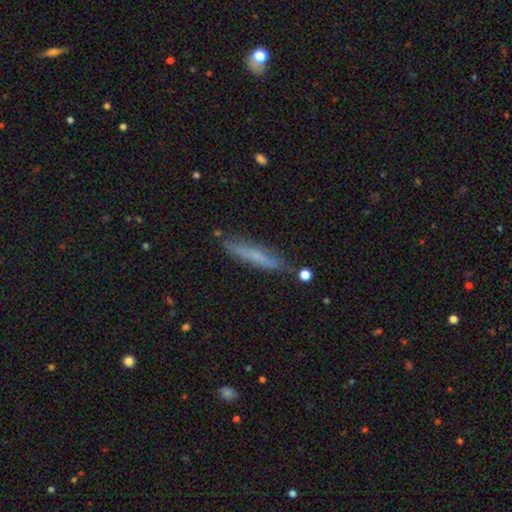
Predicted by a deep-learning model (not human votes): smooth 64%, featured or disk 29%, star or artifact 7%. Down the decision tree: how rounded — cigar-shaped (93%); merging — none (83%).